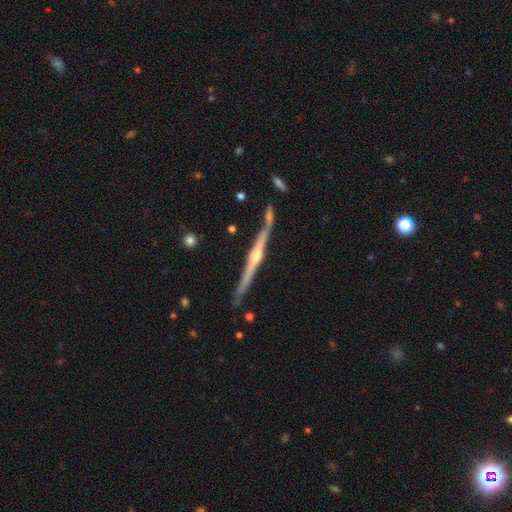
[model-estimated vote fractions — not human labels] featured or disk 87%, smooth 8%, star or artifact 5%. Down the decision tree: edge-on disk — yes (98%); edge-on bulge — rounded (87%); merging — none (85%).